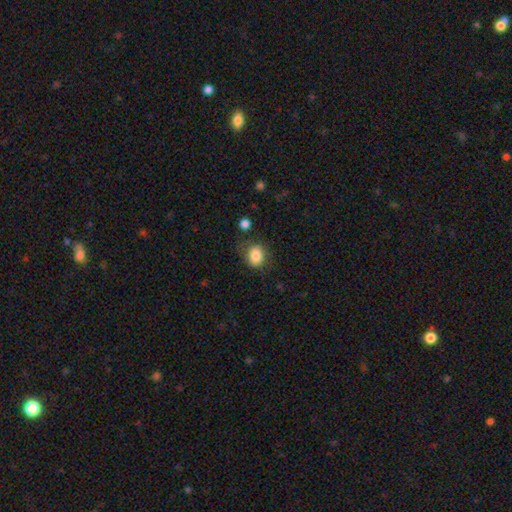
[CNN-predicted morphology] A smooth galaxy with no disk features (83%) that is in between round and cigar-shaped (50%). Merging: none (70%).